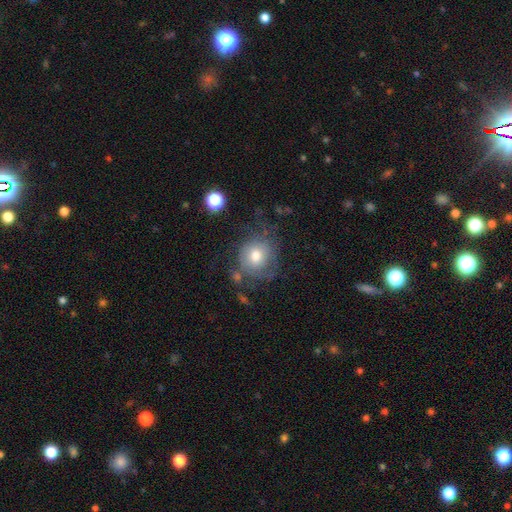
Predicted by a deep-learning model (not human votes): A smooth galaxy with no disk features (54%) that is round (81%).

Vote fractions:
- Smooth or featured? smooth: 54% / featured or disk: 36% / star or artifact: 10%
- How rounded? round: 81% / in between: 18% / cigar-shaped: 1%
- Merging? none: 52% / minor disturbance: 22% / major disturbance: 20% / merger: 5%